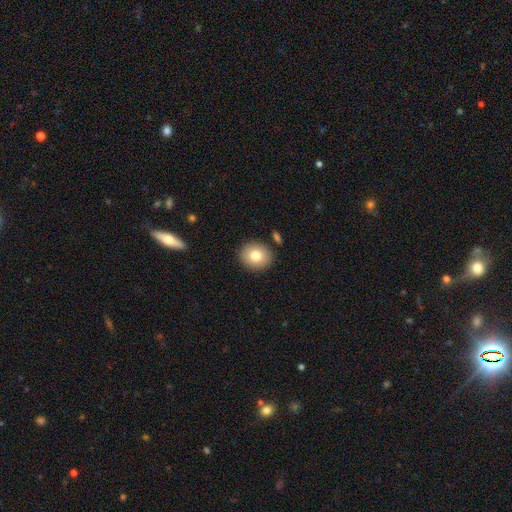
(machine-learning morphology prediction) This is likely a smooth galaxy (79%). How rounded: likely round (66%). Merging: clearly none (87%).